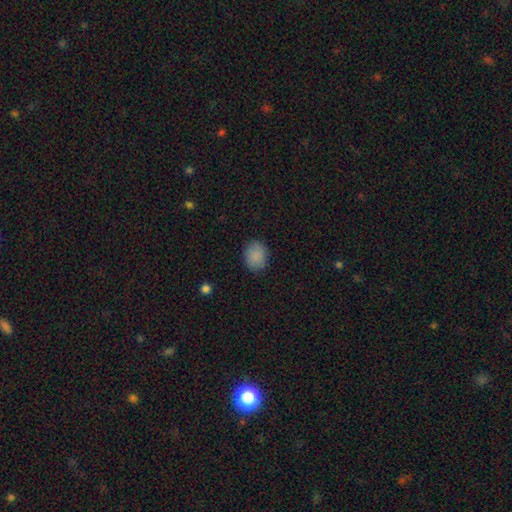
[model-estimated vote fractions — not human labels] smooth_or_featured: smooth (p=0.87) [alt: star or artifact p=0.08]
how_rounded: round (p=0.55) [alt: in between p=0.44]
merging: none (p=0.86) [alt: minor disturbance p=0.11]